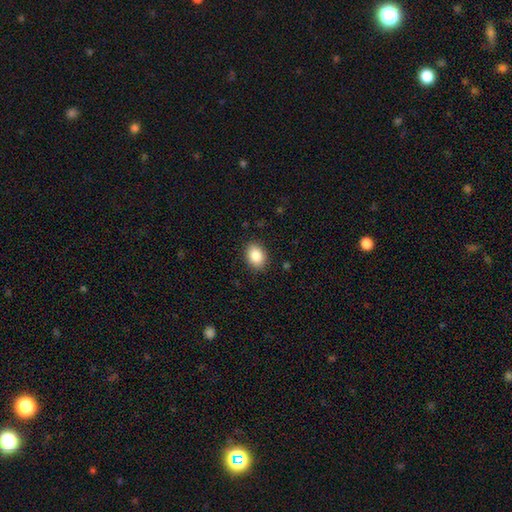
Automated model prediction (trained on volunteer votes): smooth 86%, star or artifact 8%, featured or disk 6%. Down the decision tree: how rounded — in between (69%); merging — none (88%).